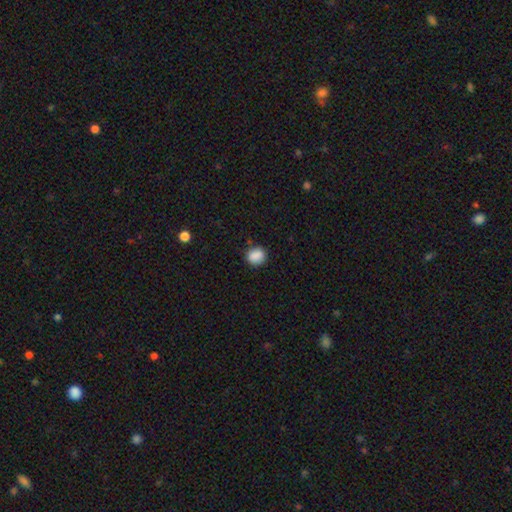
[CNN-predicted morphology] Smooth or featured?
  - smooth: 88% *
  - star or artifact: 9%
  - featured or disk: 3%
How rounded?
  - round: 71% *
  - in between: 28%
  - cigar-shaped: 1%
Merging?
  - none: 84% *
  - minor disturbance: 12%
  - major disturbance: 3%
  - merger: 2%